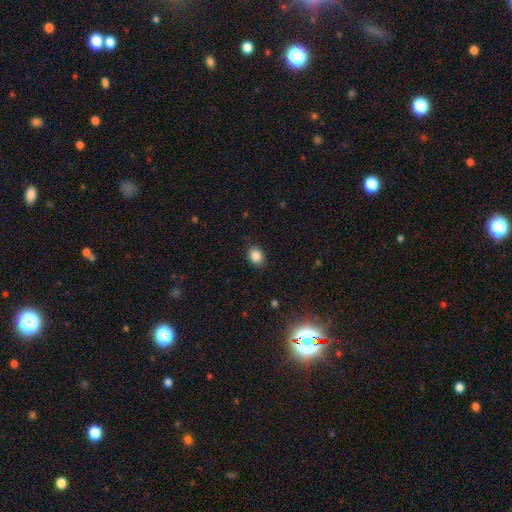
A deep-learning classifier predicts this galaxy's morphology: This is clearly a smooth galaxy (86%). How rounded: possibly in between (52%). Merging: clearly none (86%).